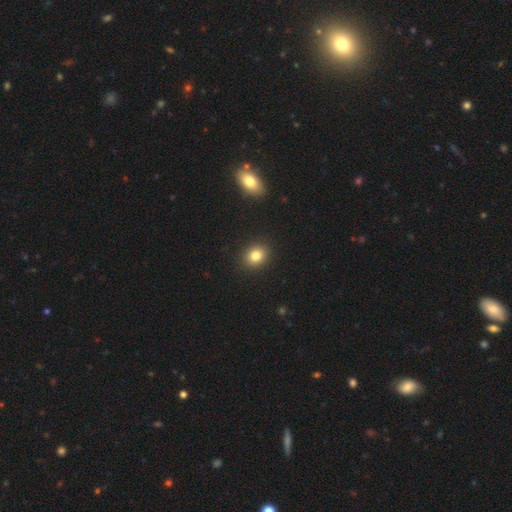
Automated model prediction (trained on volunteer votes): Overall: smooth (83%). How rounded: round (57%; in between 42%). Merging: none (90%).